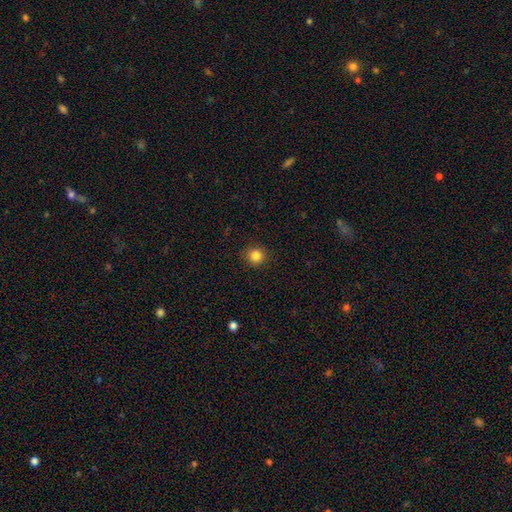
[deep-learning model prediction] A smooth galaxy with no disk features (85%) that is round (92%). Merging: none (91%).